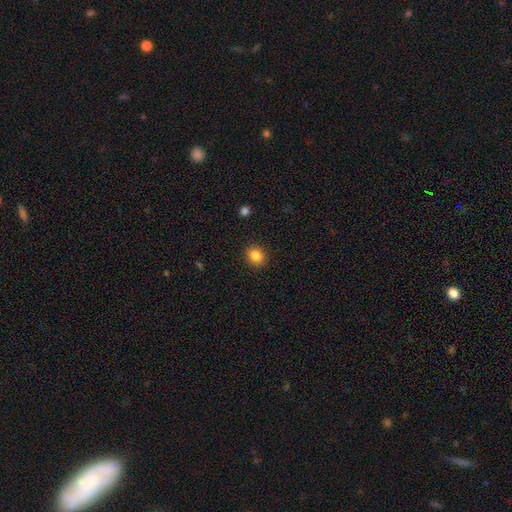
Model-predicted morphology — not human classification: Smooth or featured: smooth — 85% (star or artifact — 11%)
How rounded: round — 74% (in between — 25%)
Merging: none — 91% (minor disturbance — 6%)